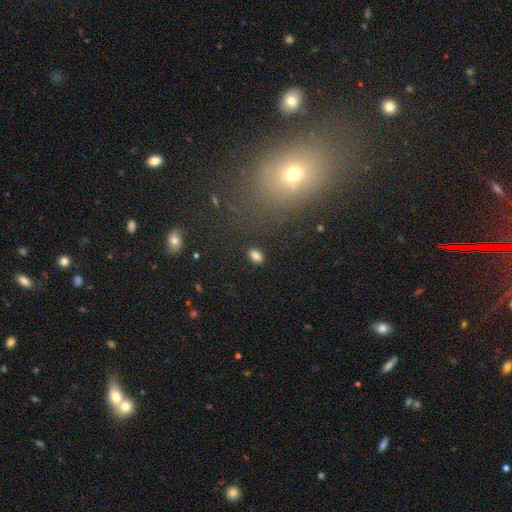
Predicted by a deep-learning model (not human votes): This appears to be a smooth galaxy with no disk features (82%) that is in between round and cigar-shaped (87%). Merging: none (88%).